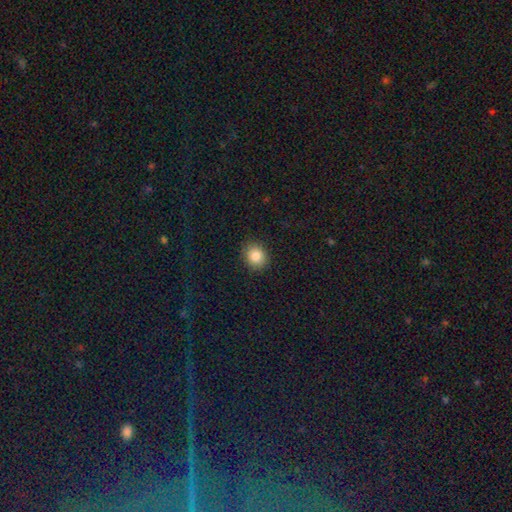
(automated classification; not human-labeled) The model was most divided on "how rounded": round: 67%, in between: 32%, cigar-shaped: 1%. More confident: merging — none (88%); smooth or featured — smooth (85%).